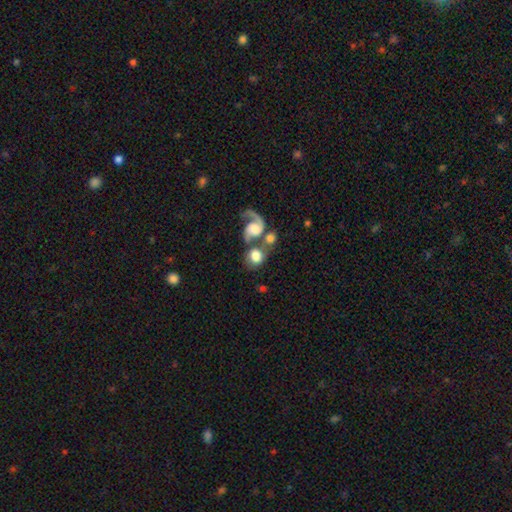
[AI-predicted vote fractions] Overall: smooth (52%; featured or disk 40%). How rounded: round (65%; in between 33%). Merging: merger (56%; none 25%).